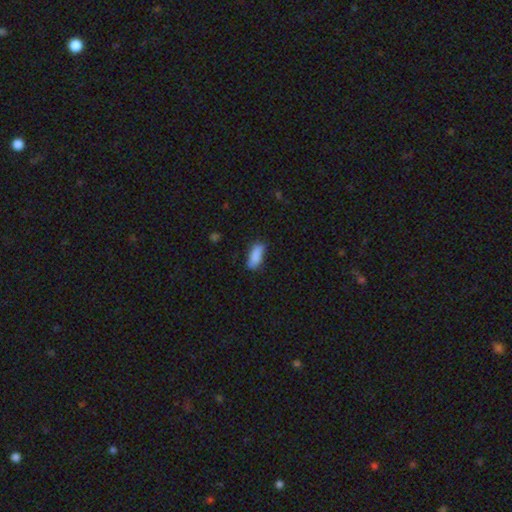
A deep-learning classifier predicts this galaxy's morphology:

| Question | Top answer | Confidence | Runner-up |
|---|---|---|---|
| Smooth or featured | smooth | 88% | star or artifact (7%) |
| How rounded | in between | 72% | cigar-shaped (26%) |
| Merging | none | 78% | minor disturbance (17%) |